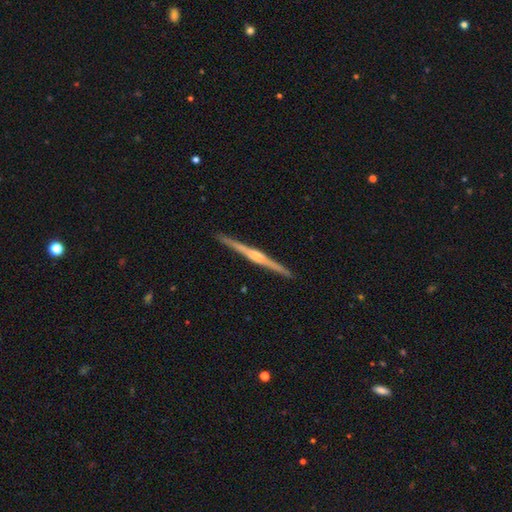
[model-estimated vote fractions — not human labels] Smooth or featured? featured or disk (84%)
Edge-on disk? yes (99%)
Edge-on bulge? rounded (67%)
Merging? none (93%)